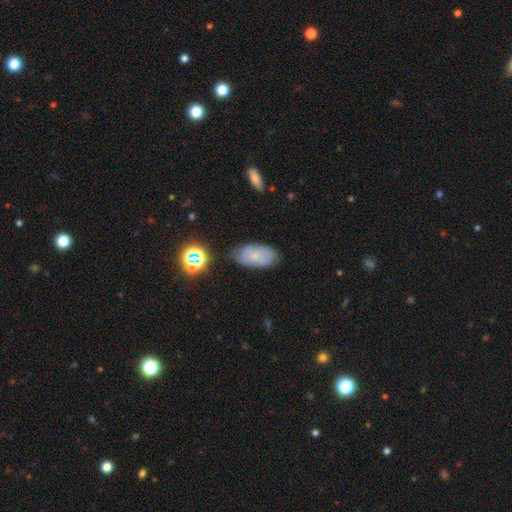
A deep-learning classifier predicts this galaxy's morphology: This appears to be a smooth galaxy with no disk features (67%) that is in between round and cigar-shaped (93%). Merging: none (73%).